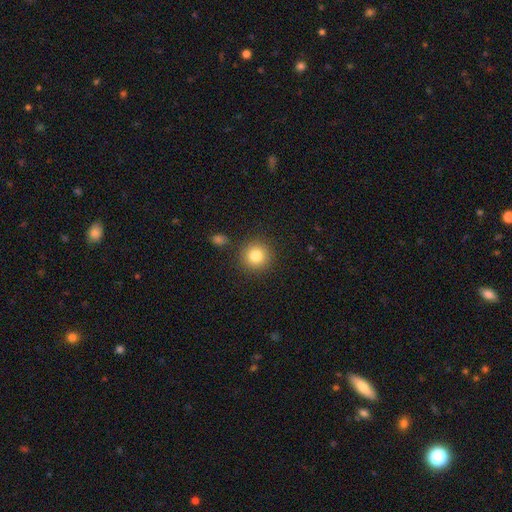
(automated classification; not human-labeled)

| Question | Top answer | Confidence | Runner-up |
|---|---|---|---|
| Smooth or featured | smooth | 83% | star or artifact (10%) |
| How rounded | round | 94% | in between (5%) |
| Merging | none | 87% | minor disturbance (7%) |